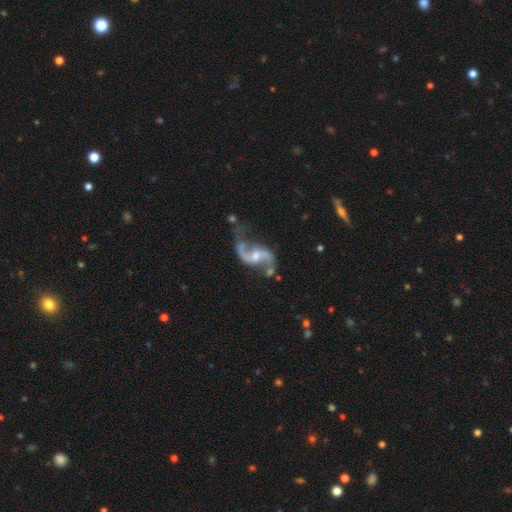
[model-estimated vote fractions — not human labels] The model was most divided on "bar": weak: 43%, no: 42%, strong: 15%. More confident: edge-on disk — no (98%); spiral arms — yes (97%); spiral arm count — 2 (94%); smooth or featured — featured or disk (92%); spiral winding — loose (74%); merging — none (60%); bulge size — moderate (54%).